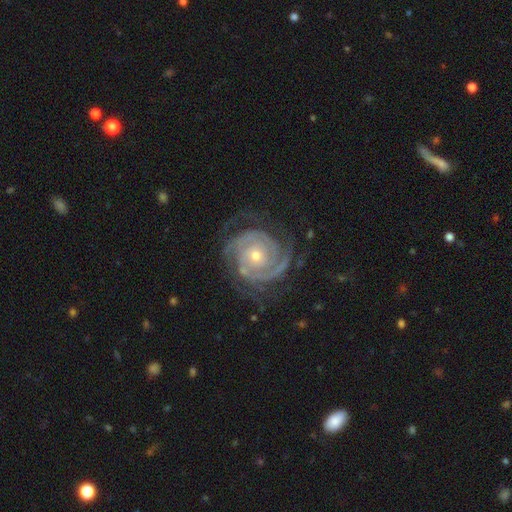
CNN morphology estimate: smooth_or_featured: featured or disk (p=0.92) [alt: star or artifact p=0.04]
disk_edge_on: no (p=0.98) [alt: yes p=0.02]
bar: no (p=0.76) [alt: weak p=0.16]
has_spiral_arms: yes (p=0.98) [alt: no p=0.02]
spiral_winding: tight (p=0.80) [alt: medium p=0.18]
spiral_arm_count: 2 (p=0.43) [alt: 3 p=0.26]
bulge_size: small (p=0.57) [alt: moderate p=0.40]
merging: none (p=0.74) [alt: minor disturbance p=0.16]